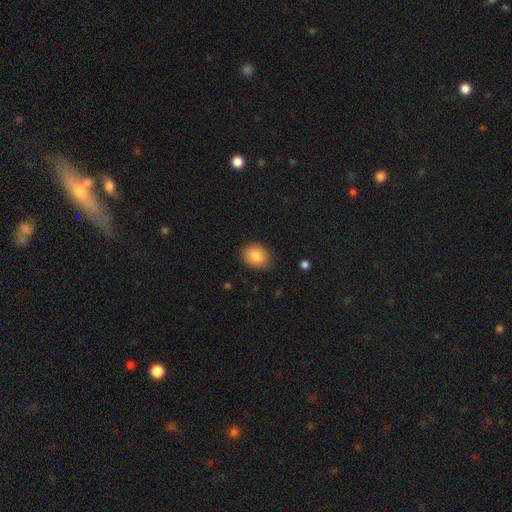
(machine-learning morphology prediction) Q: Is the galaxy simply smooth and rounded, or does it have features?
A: smooth — 83%.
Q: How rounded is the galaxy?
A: in between — 52%.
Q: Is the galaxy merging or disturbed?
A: none — 84%.